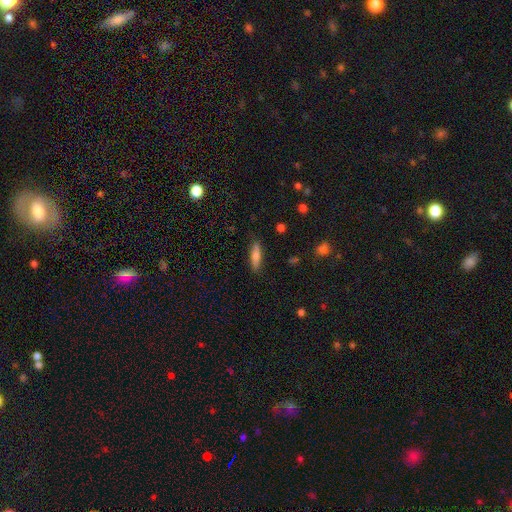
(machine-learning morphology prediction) Smooth or featured?
  - smooth: 68% *
  - featured or disk: 25%
  - star or artifact: 7%
How rounded?
  - cigar-shaped: 69% *
  - in between: 29%
  - round: 2%
Merging?
  - none: 88% *
  - minor disturbance: 9%
  - major disturbance: 2%
  - merger: 1%